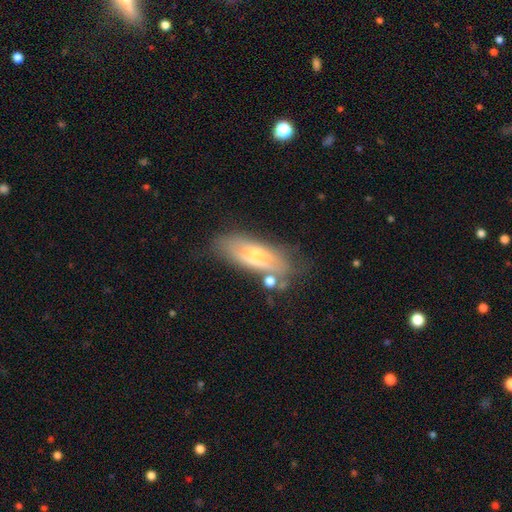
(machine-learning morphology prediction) This is possibly a featured or disk galaxy (54%). It is possibly not viewed edge-on (59%). Merging: likely none (62%).